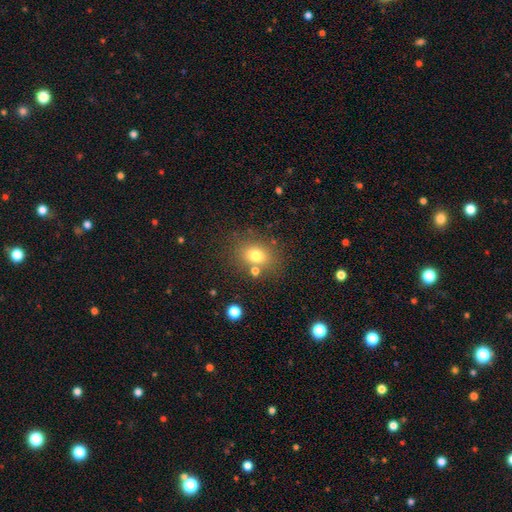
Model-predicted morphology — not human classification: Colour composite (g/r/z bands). It shows a smooth galaxy with no disk features (75%) that is in between round and cigar-shaped (55%). Merging: none (72%).